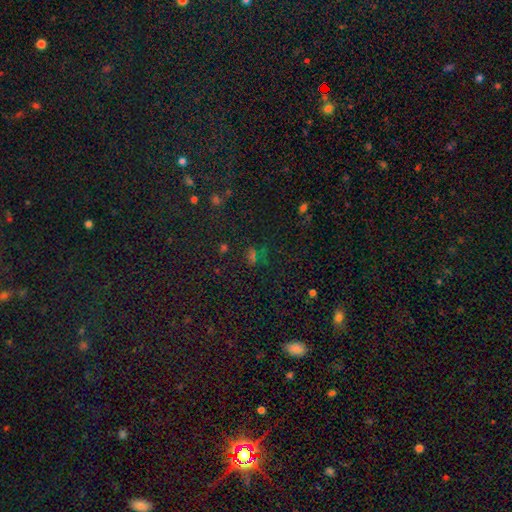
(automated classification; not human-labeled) Q: Smooth or featured?
A: star or artifact (59%); runner-up: smooth (31%)